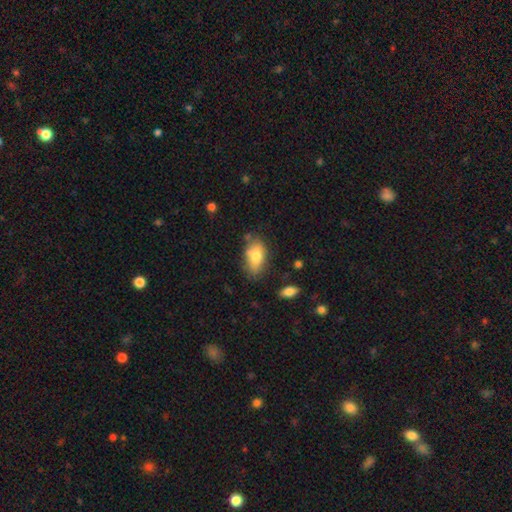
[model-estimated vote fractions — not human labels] Smooth or featured: smooth — 77% (featured or disk — 16%)
How rounded: in between — 90% (round — 6%)
Merging: none — 66% (minor disturbance — 23%)